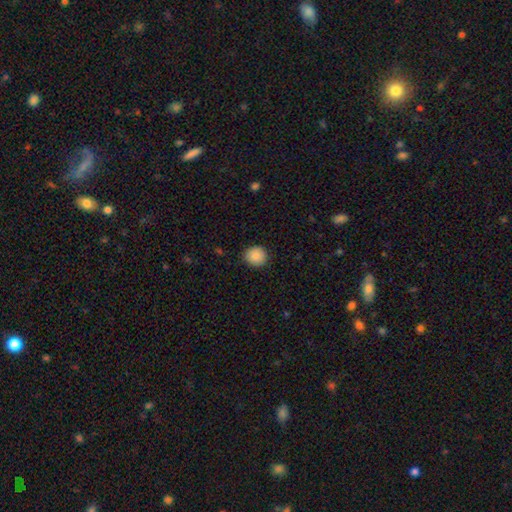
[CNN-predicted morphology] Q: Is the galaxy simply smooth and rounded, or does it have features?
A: smooth — 87%.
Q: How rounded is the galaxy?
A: round — 86%.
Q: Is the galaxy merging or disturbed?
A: none — 89%.